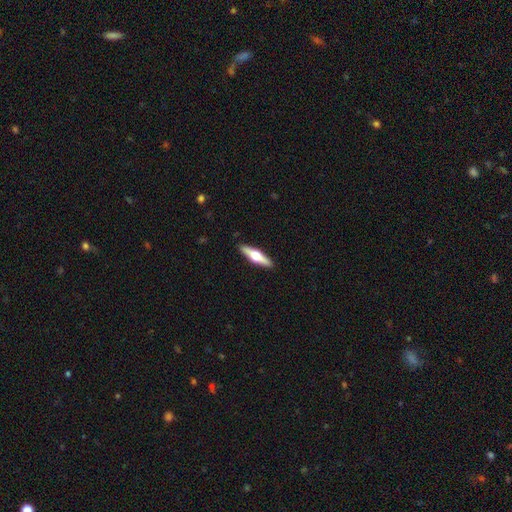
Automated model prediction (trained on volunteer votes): The model was most divided on "smooth or featured": featured or disk: 59%, smooth: 36%, star or artifact: 5%. More confident: edge-on disk — yes (96%); edge-on bulge — rounded (96%); merging — none (91%).